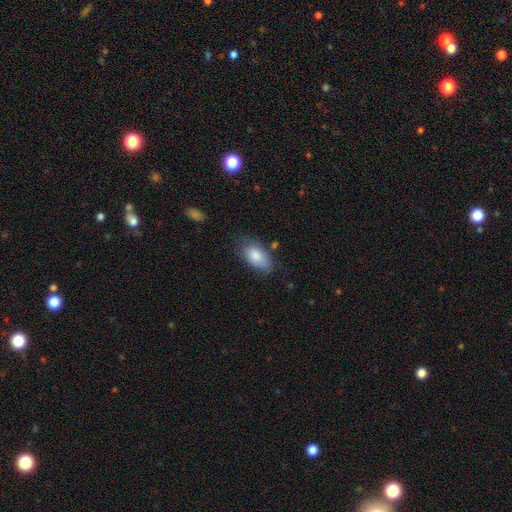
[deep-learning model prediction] The model was most divided on "merging": none: 65%, minor disturbance: 26%, major disturbance: 6%, merger: 3%. More confident: how rounded — in between (92%); smooth or featured — smooth (82%).